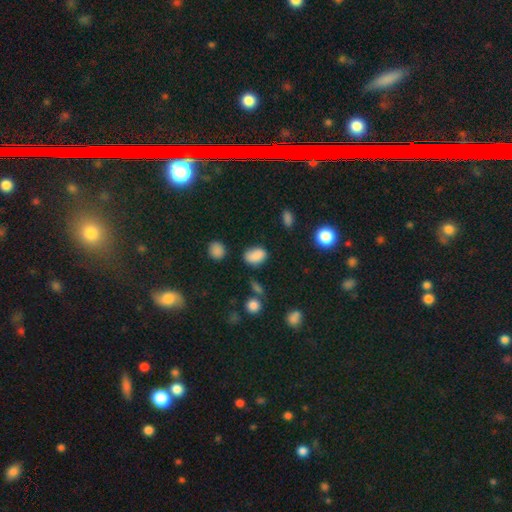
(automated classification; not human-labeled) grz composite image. It shows a smooth galaxy with no disk features (85%) that is in between round and cigar-shaped (84%). Merging: none (76%).